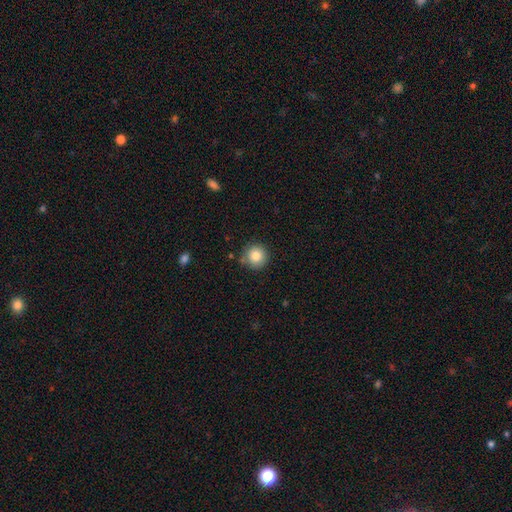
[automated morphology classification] This is clearly a smooth galaxy (84%). How rounded: clearly round (95%). Merging: clearly none (83%).